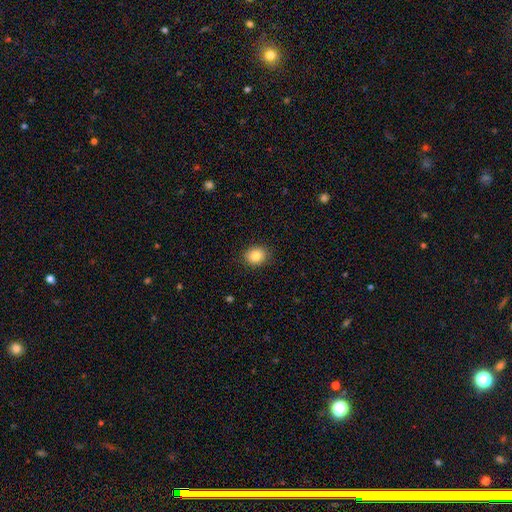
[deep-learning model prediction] smooth_or_featured: smooth (p=0.84) [alt: star or artifact p=0.10]
how_rounded: round (p=0.67) [alt: in between p=0.32]
merging: none (p=0.88) [alt: minor disturbance p=0.09]